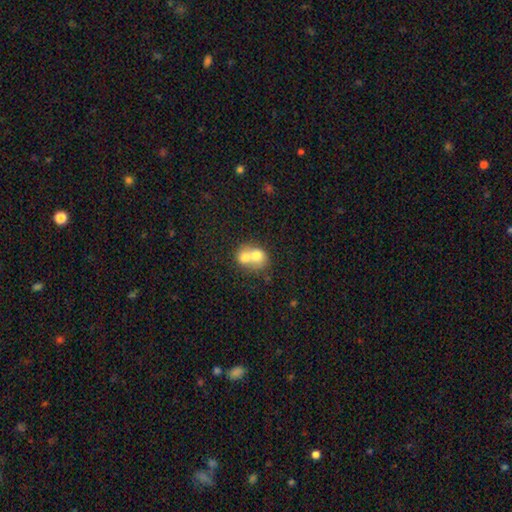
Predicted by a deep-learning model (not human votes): Overall: smooth (69%). How rounded: round (64%; in between 35%). Merging: merger (74%).